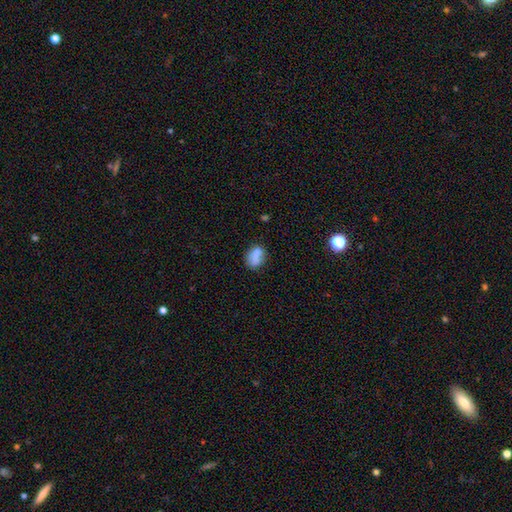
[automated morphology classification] A smooth galaxy with no disk features (75%) that is in between round and cigar-shaped (62%). Merging: none (54%).